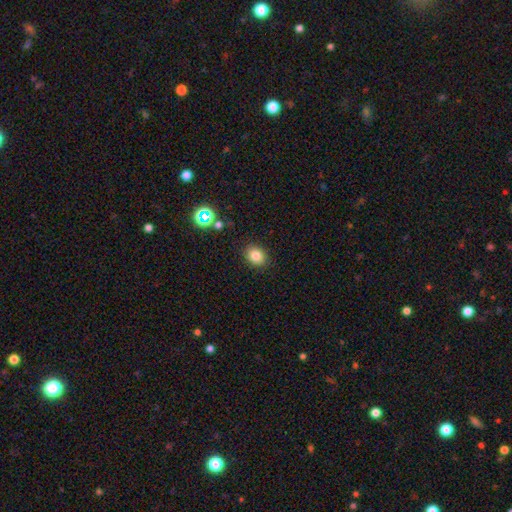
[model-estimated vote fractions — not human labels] Q: Smooth or featured?
A: smooth (82%); runner-up: star or artifact (12%)
Q: How rounded?
A: round (51%); runner-up: in between (48%)
Q: Merging?
A: none (88%); runner-up: minor disturbance (8%)